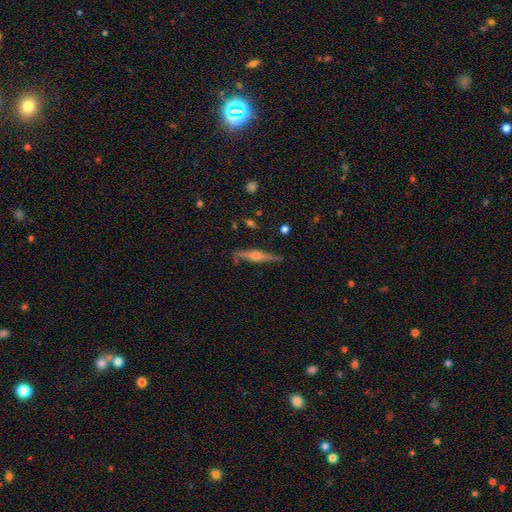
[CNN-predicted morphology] featured or disk 71%, smooth 22%, star or artifact 6%. Down the decision tree: edge-on disk — yes (96%); edge-on bulge — rounded (86%); merging — none (80%).